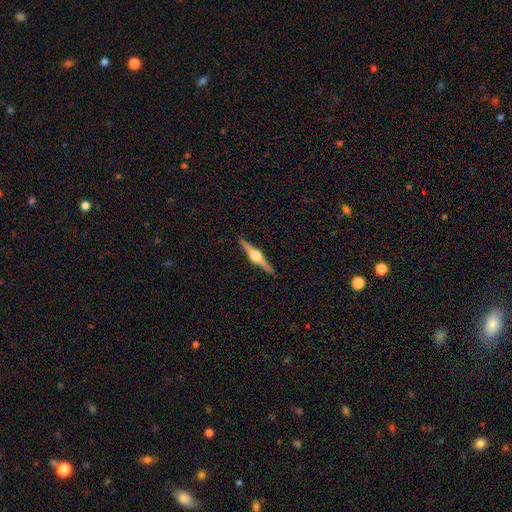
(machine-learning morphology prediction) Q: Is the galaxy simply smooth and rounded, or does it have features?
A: featured or disk — 83%.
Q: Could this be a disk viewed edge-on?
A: yes — 98%.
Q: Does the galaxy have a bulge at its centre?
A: rounded — 95%.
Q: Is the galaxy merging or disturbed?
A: none — 92%.